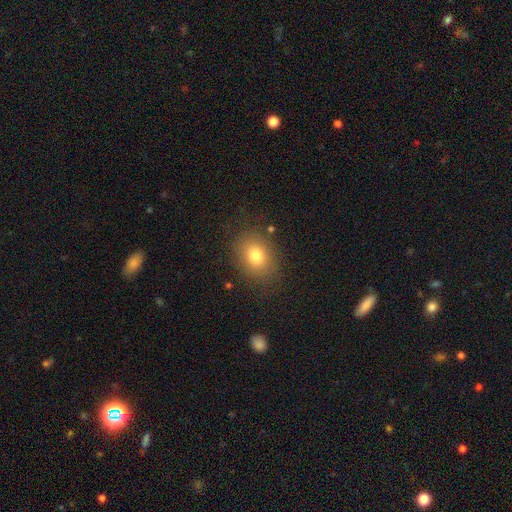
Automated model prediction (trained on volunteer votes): smooth-or-featured: smooth: 78% | featured or disk: 11% | star or artifact: 11%
  how-rounded: in between: 62% | round: 37% | cigar-shaped: 1%
  merging: none: 82% | minor disturbance: 12% | major disturbance: 5% | merger: 2%